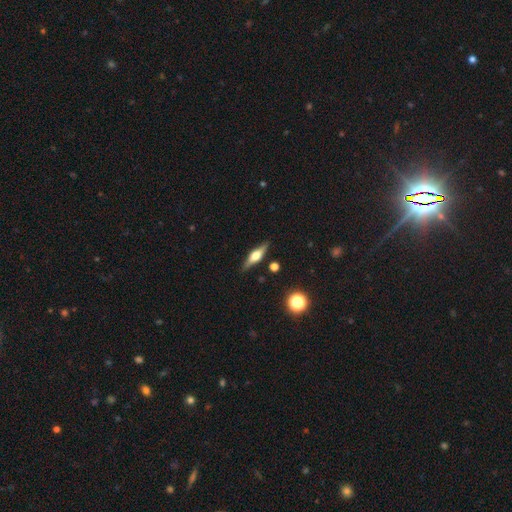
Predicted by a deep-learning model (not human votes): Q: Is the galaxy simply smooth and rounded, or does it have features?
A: featured or disk — 64%.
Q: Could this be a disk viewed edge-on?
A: yes — 95%.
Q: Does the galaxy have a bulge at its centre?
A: rounded — 89%.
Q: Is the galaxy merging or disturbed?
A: none — 86%.